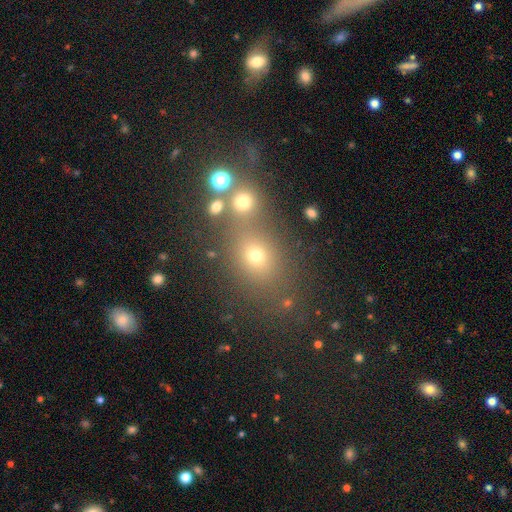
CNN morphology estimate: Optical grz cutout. It shows a smooth galaxy with no disk features (63%) that is round (55%). Merging: none (56%).